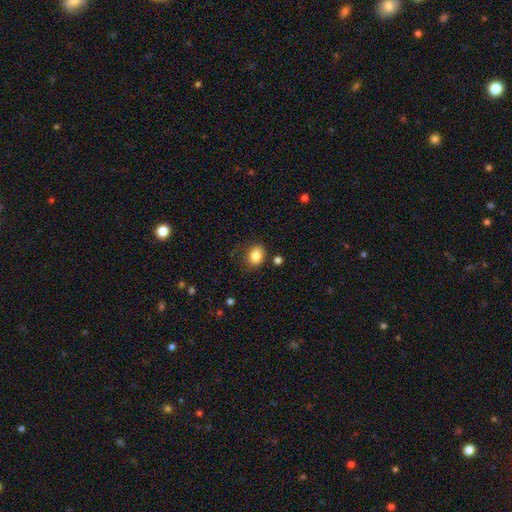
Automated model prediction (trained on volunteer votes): A smooth galaxy with no disk features (85%) that is in between round and cigar-shaped (51%). Merging: none (77%).